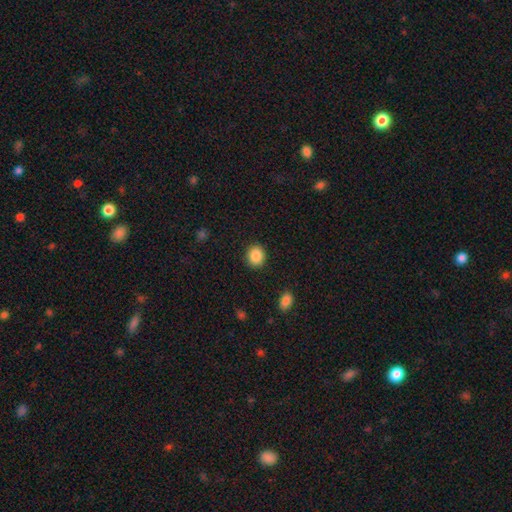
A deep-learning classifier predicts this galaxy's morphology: type=smooth (89%); roundness=round (69%); merging=none (90%).